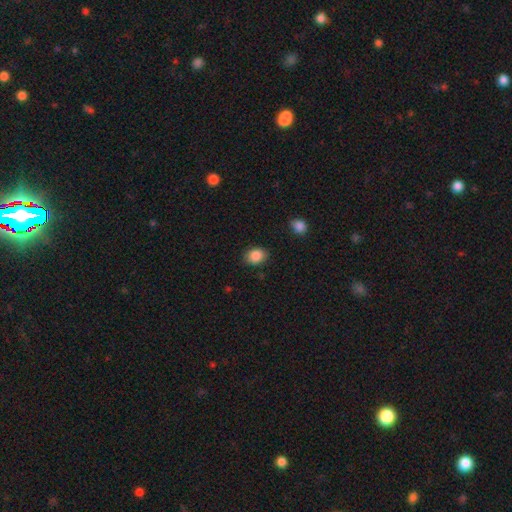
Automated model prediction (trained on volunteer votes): A smooth galaxy with no disk features (87%) that is in between round and cigar-shaped (59%).

Vote fractions:
- Smooth or featured? smooth: 87% / star or artifact: 8% / featured or disk: 4%
- How rounded? in between: 59% / round: 40% / cigar-shaped: 1%
- Merging? none: 85% / minor disturbance: 11% / major disturbance: 3% / merger: 2%